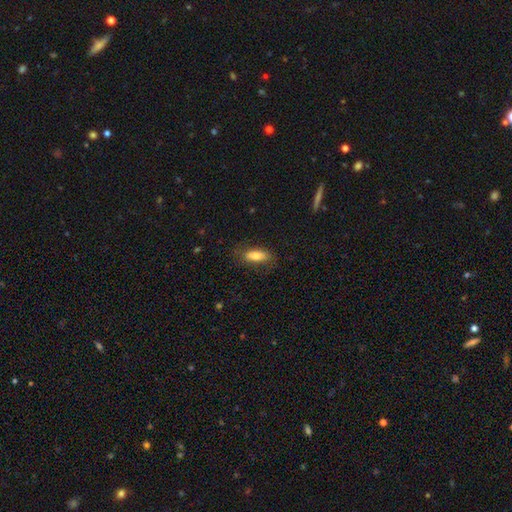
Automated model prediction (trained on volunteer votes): A smooth galaxy with no disk features (79%) that is in between round and cigar-shaped (72%). Merging: none (74%).